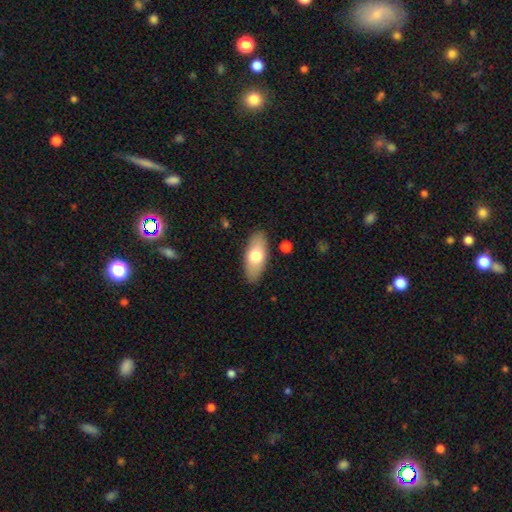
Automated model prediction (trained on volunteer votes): A smooth galaxy with no disk features (69%) that is in between round and cigar-shaped (84%). Merging: none (87%).